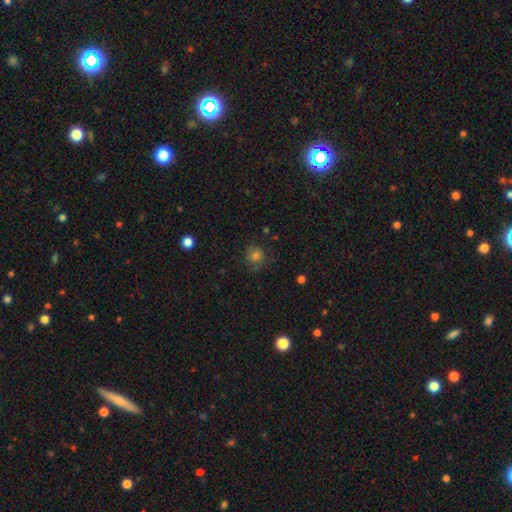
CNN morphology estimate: Q: Smooth or featured?
A: smooth (70%); runner-up: star or artifact (19%)
Q: How rounded?
A: round (84%); runner-up: in between (15%)
Q: Merging?
A: none (70%); runner-up: minor disturbance (19%)